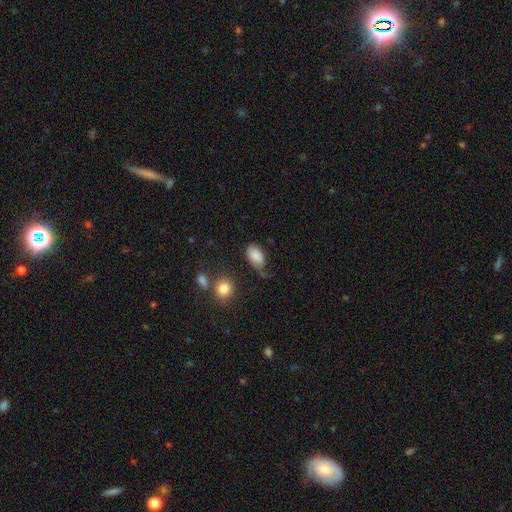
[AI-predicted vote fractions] This appears to be a smooth galaxy with no disk features (82%) that is in between round and cigar-shaped (92%). Merging: none (41%).